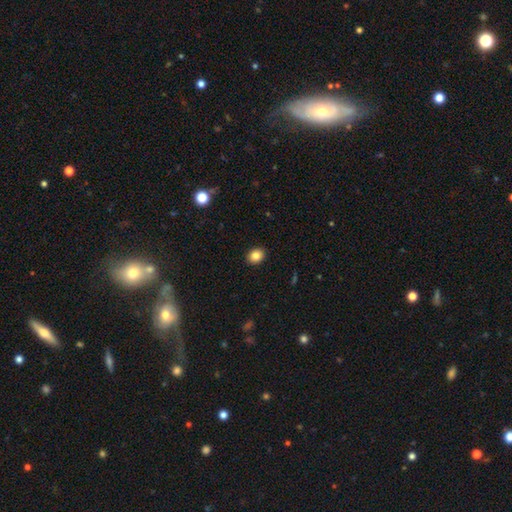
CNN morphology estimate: Smooth or featured?
  - smooth: 84% *
  - star or artifact: 10%
  - featured or disk: 6%
How rounded?
  - round: 51% *
  - in between: 48%
  - cigar-shaped: 1%
Merging?
  - none: 91% *
  - minor disturbance: 6%
  - major disturbance: 2%
  - merger: 1%